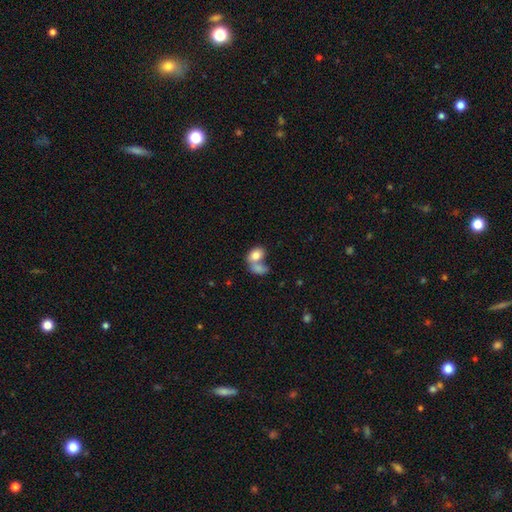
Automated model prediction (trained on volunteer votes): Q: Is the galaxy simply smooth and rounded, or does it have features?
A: smooth — 77%.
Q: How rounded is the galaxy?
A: in between — 74%.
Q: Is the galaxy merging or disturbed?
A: merger — 65%.